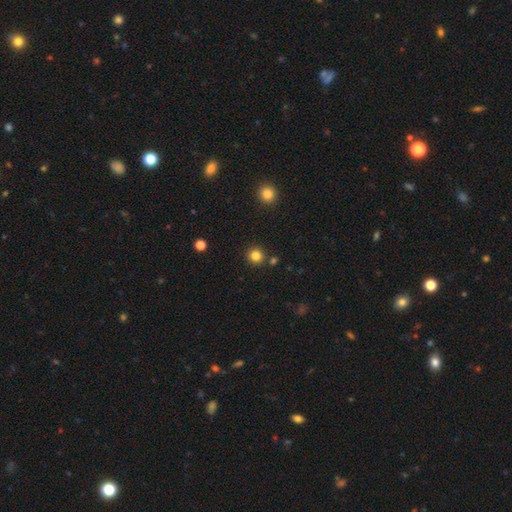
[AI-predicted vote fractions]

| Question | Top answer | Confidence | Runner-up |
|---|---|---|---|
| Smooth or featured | smooth | 83% | star or artifact (12%) |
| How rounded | round | 94% | in between (5%) |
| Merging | none | 87% | minor disturbance (6%) |